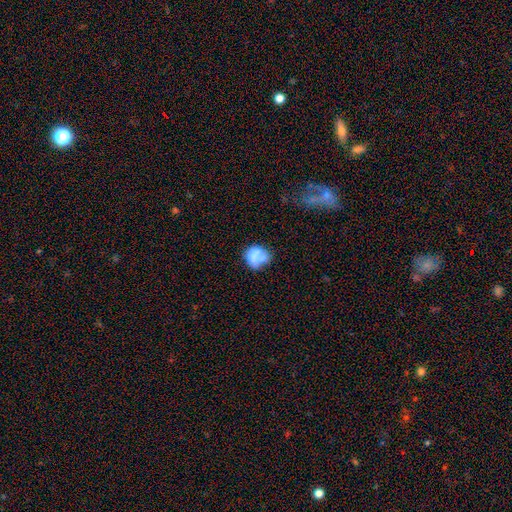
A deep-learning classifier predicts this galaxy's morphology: Smooth or featured? smooth (62%)
How rounded? round (57%)
Merging? none (35%)